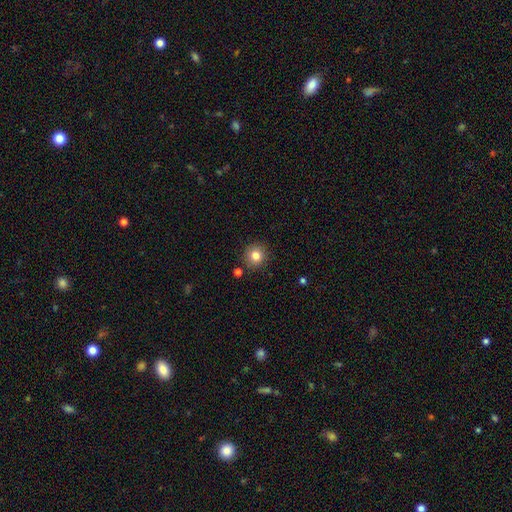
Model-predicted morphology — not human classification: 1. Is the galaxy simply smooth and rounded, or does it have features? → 82% smooth, 11% star or artifact, 7% featured or disk.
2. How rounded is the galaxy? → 92% round, 7% in between, 1% cigar-shaped.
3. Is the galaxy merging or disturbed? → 88% none, 7% minor disturbance, 3% merger, 2% major disturbance.